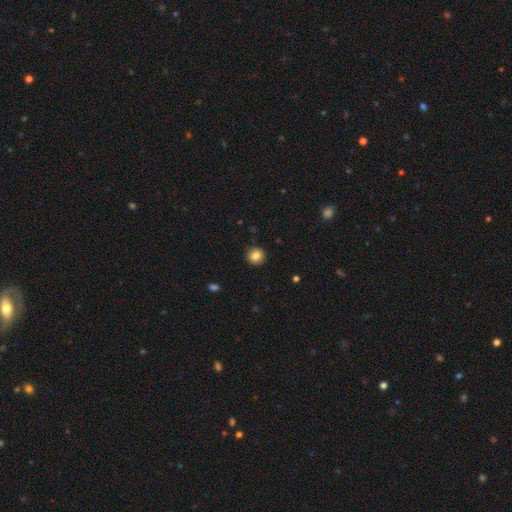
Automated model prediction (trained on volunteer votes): Smooth or featured: smooth — 85% (star or artifact — 10%)
How rounded: round — 91% (in between — 8%)
Merging: none — 91% (minor disturbance — 6%)